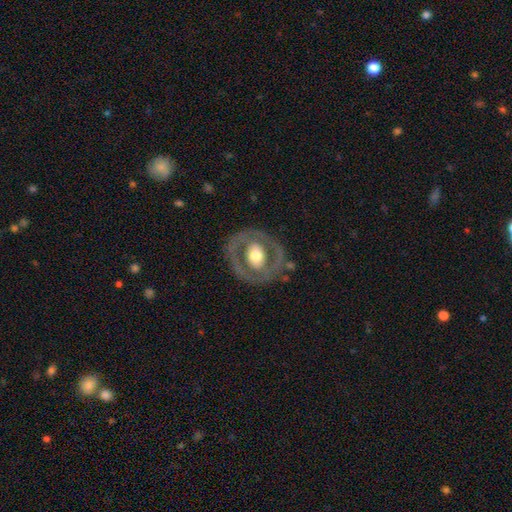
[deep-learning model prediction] smooth_or_featured: featured or disk (p=0.63) [alt: smooth p=0.32]
disk_edge_on: no (p=0.95) [alt: yes p=0.05]
bar: no (p=0.65) [alt: weak p=0.22]
has_spiral_arms: no (p=0.76) [alt: yes p=0.24]
bulge_size: moderate (p=0.58) [alt: large p=0.32]
merging: none (p=0.76) [alt: minor disturbance p=0.13]